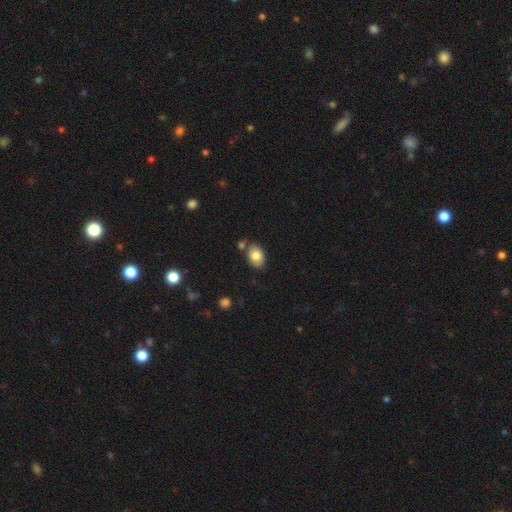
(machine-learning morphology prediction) Smooth or featured? Predicted: smooth (p=0.82). How rounded? Predicted: in between (p=0.81). Merging? Predicted: none (p=0.72).